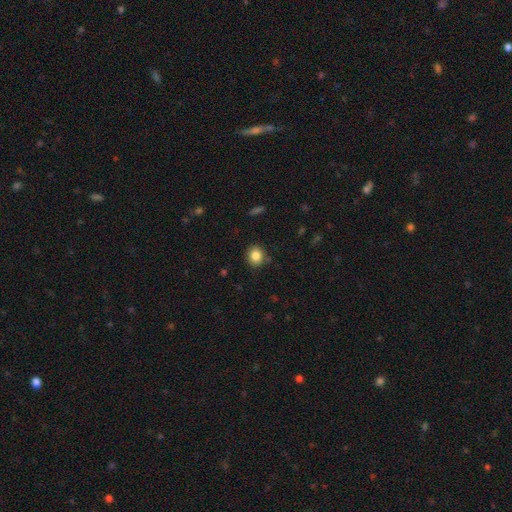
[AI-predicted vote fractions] Morphology: type=smooth (84%); roundness=round (78%); merging=none (86%).